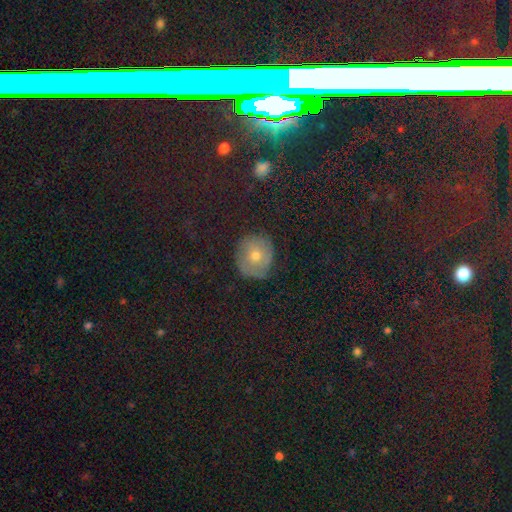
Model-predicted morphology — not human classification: Smooth or featured? smooth (50%)
How rounded? round (84%)
Merging? none (79%)